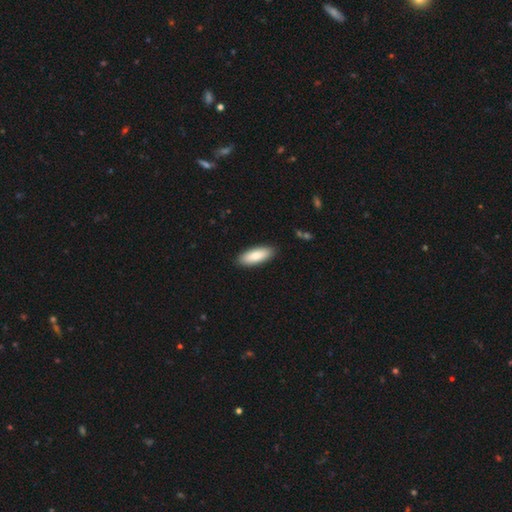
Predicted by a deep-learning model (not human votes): This appears to be a smooth galaxy with no disk features (82%) that is in between round and cigar-shaped (72%). Merging: none (89%).